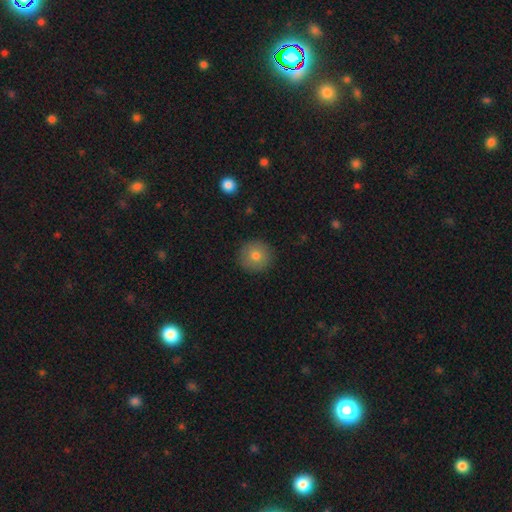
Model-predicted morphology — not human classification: smooth-or-featured: smooth: 78% | featured or disk: 12% | star or artifact: 10%
  how-rounded: round: 94% | in between: 5% | cigar-shaped: 1%
  merging: none: 91% | minor disturbance: 6% | major disturbance: 2% | merger: 1%